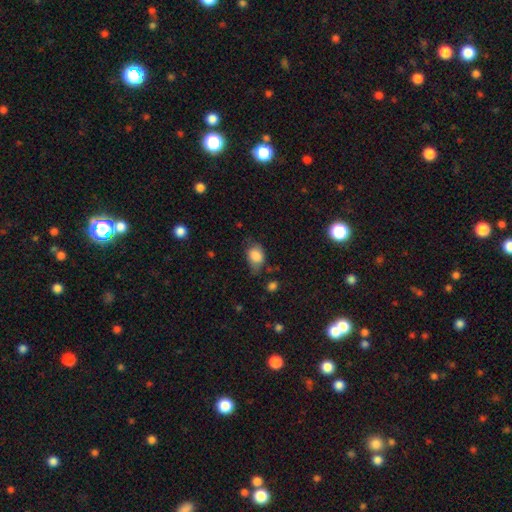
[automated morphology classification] smooth_or_featured: smooth (p=0.82) [alt: featured or disk p=0.09]
how_rounded: in between (p=0.73) [alt: round p=0.26]
merging: none (p=0.43) [alt: minor disturbance p=0.39]